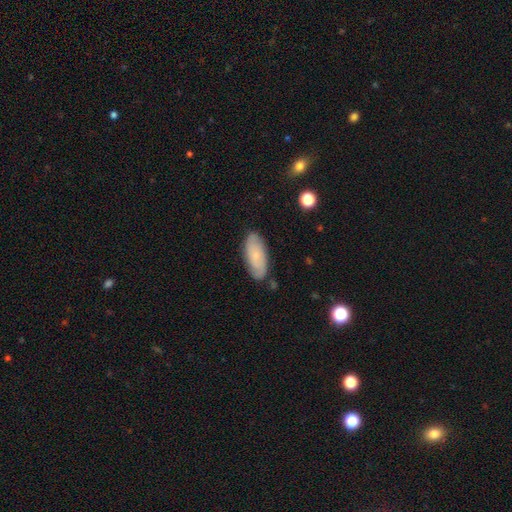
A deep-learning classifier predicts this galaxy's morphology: The model was most divided on "smooth or featured": smooth: 57%, featured or disk: 36%, star or artifact: 7%. More confident: how rounded — in between (83%); merging — none (81%).